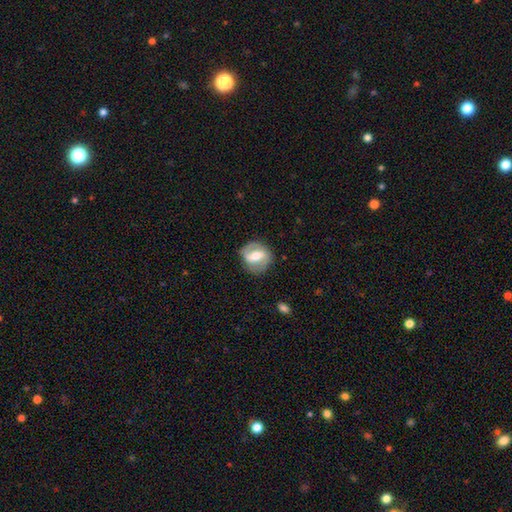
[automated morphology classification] Smooth or featured? featured or disk (72%)
Edge-on disk? no (96%)
Bar? strong (49%)
Spiral arms? yes (83%)
Spiral winding? medium (46%)
Spiral arm count? 2 (85%)
Bulge size? moderate (62%)
Merging? none (81%)